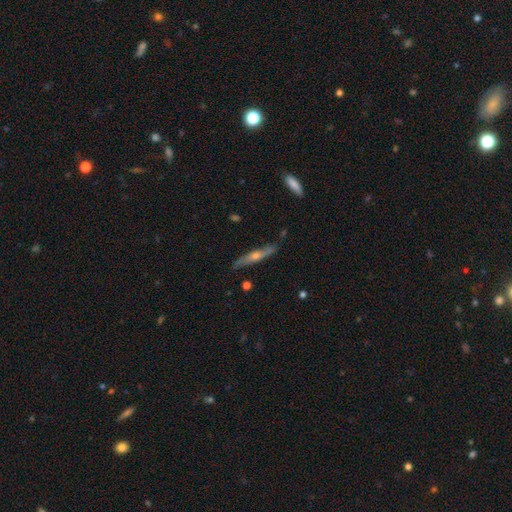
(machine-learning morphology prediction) The model was most divided on "smooth or featured": featured or disk: 69%, smooth: 25%, star or artifact: 6%. More confident: edge-on disk — yes (86%); edge-on bulge — rounded (84%); merging — none (81%).